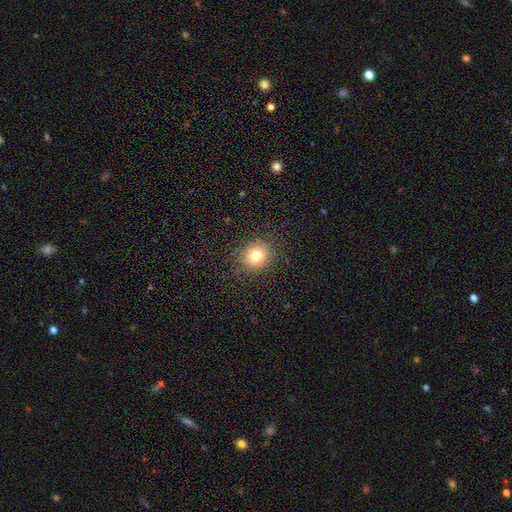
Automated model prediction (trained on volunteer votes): Morphology: type=smooth (79%); roundness=round (80%); merging=none (87%).